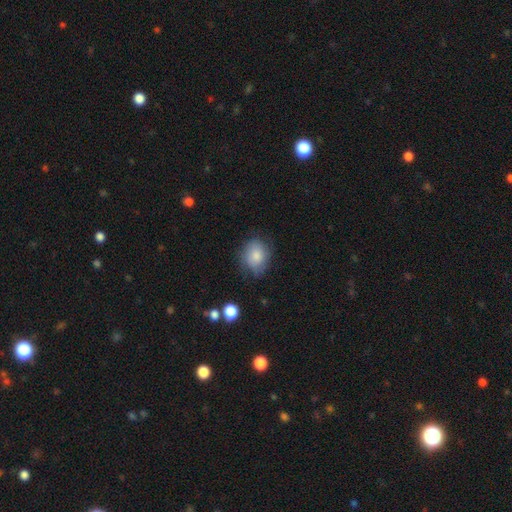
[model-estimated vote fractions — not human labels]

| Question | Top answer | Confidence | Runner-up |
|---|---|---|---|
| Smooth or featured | smooth | 79% | featured or disk (13%) |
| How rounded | round | 56% | in between (43%) |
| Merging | none | 66% | minor disturbance (25%) |